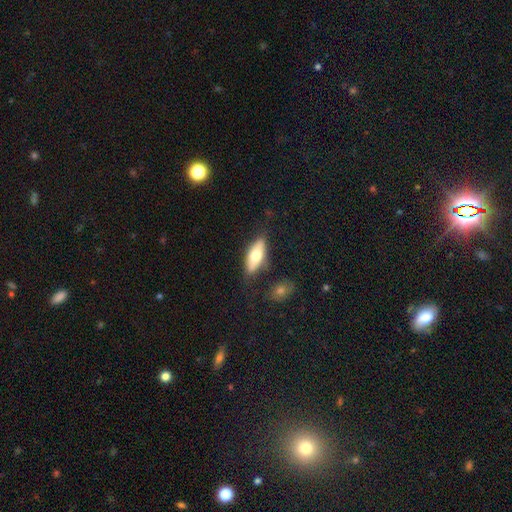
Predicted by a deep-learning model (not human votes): Smooth or featured? Predicted: smooth (p=0.65). How rounded? Predicted: in between (p=0.71). Merging? Predicted: none (p=0.73).